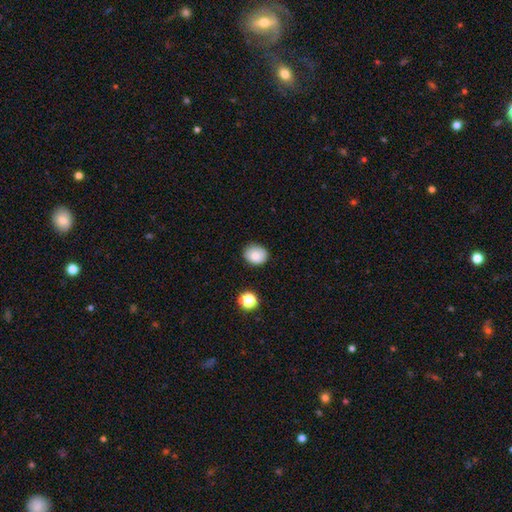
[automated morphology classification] A smooth galaxy with no disk features (84%) that is round (61%). Merging: none (83%).